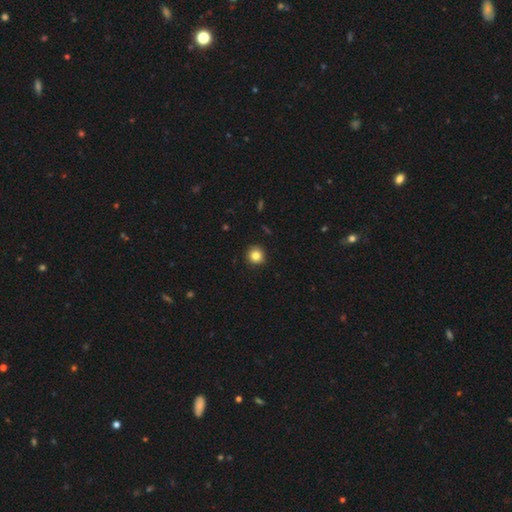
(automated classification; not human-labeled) smooth-or-featured: smooth: 84% | star or artifact: 10% | featured or disk: 6%
  how-rounded: round: 92% | in between: 7% | cigar-shaped: 1%
  merging: none: 91% | minor disturbance: 7% | major disturbance: 2% | merger: 1%